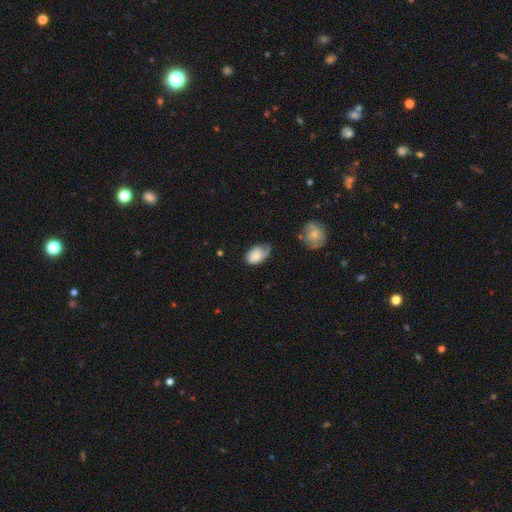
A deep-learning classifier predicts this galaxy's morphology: smooth-or-featured: smooth: 64% | featured or disk: 28% | star or artifact: 7%
  how-rounded: in between: 89% | round: 10% | cigar-shaped: 1%
  merging: minor disturbance: 40% | none: 39% | major disturbance: 17% | merger: 3%